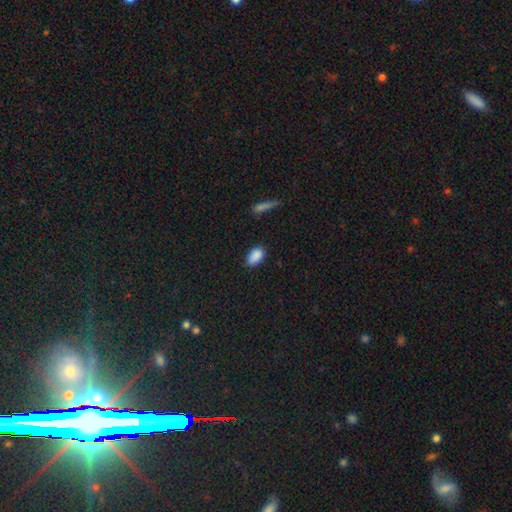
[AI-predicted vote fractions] This is clearly a smooth galaxy (88%). How rounded: clearly in between (91%). Merging: likely none (74%).